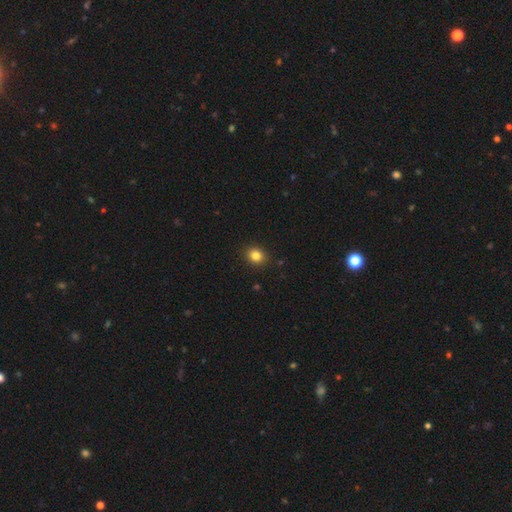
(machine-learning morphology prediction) smooth-or-featured: smooth: 83% | star or artifact: 12% | featured or disk: 5%
  how-rounded: round: 68% | in between: 32% | cigar-shaped: 1%
  merging: none: 91% | minor disturbance: 6% | major disturbance: 2% | merger: 1%